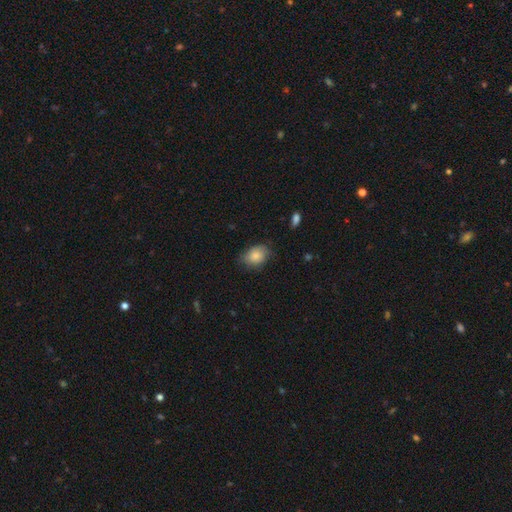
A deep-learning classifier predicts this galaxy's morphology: Smooth or featured? Predicted: smooth (p=0.84). How rounded? Predicted: in between (p=0.73). Merging? Predicted: none (p=0.67).